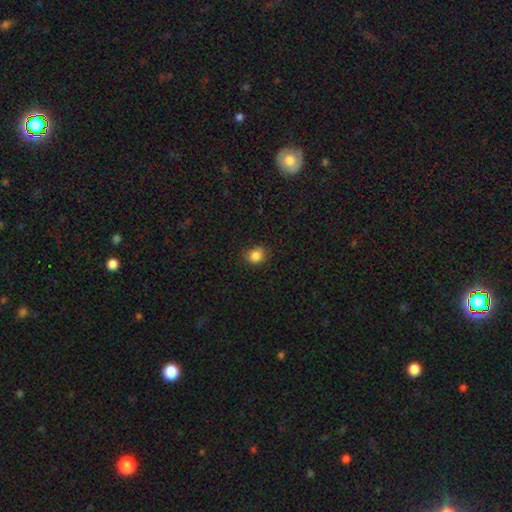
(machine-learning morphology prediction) This is clearly a smooth galaxy (85%). How rounded: likely round (70%). Merging: likely none (80%).